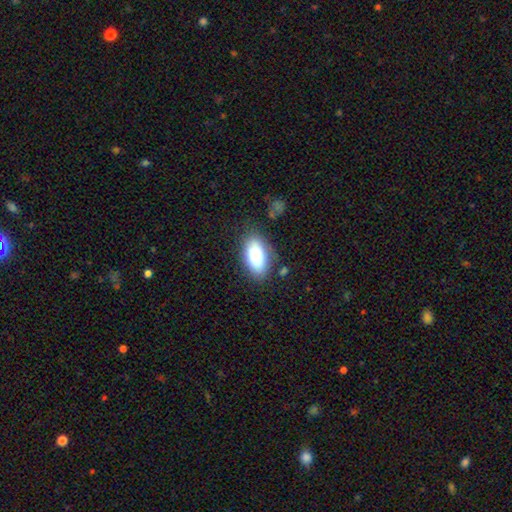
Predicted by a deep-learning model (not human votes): A smooth galaxy with no disk features (80%) that is in between round and cigar-shaped (91%).

Vote fractions:
- Smooth or featured? smooth: 80% / featured or disk: 13% / star or artifact: 7%
- How rounded? in between: 91% / cigar-shaped: 5% / round: 4%
- Merging? none: 79% / minor disturbance: 14% / major disturbance: 4% / merger: 3%